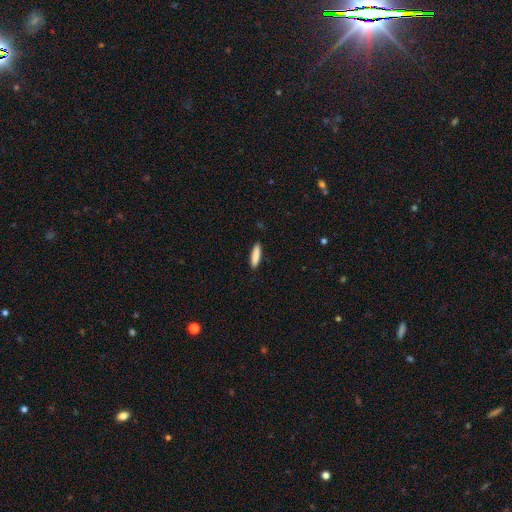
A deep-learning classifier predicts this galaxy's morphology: Smooth or featured?
  - smooth: 87% *
  - featured or disk: 7%
  - star or artifact: 6%
How rounded?
  - cigar-shaped: 75% *
  - in between: 23%
  - round: 1%
Merging?
  - none: 90% *
  - minor disturbance: 7%
  - major disturbance: 2%
  - merger: 1%